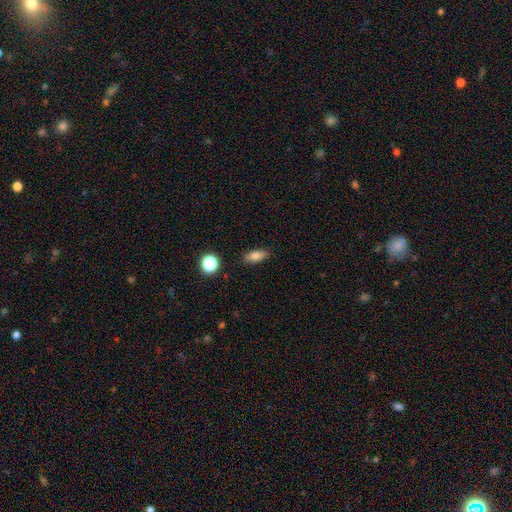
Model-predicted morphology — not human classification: smooth_or_featured: smooth (p=0.80) [alt: star or artifact p=0.10]
how_rounded: in between (p=0.78) [alt: cigar-shaped p=0.15]
merging: none (p=0.87) [alt: minor disturbance p=0.09]